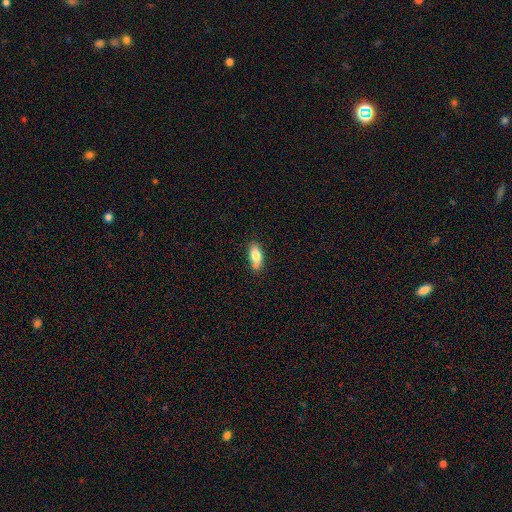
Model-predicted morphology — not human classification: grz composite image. It shows a smooth galaxy with no disk features (79%) that is in between round and cigar-shaped (82%). Merging: none (65%).